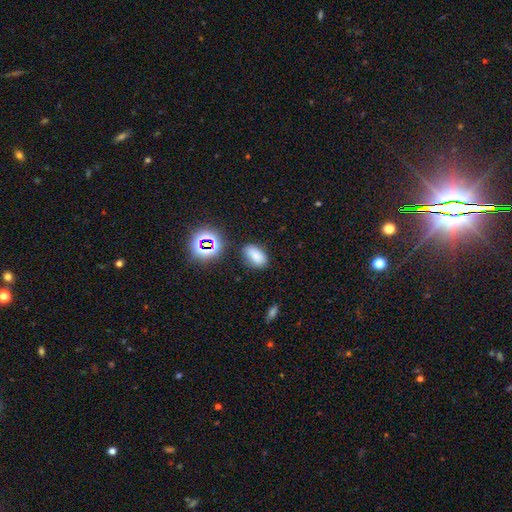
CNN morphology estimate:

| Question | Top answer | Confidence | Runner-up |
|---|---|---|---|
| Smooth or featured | smooth | 75% | star or artifact (17%) |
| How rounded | in between | 89% | round (9%) |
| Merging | none | 75% | minor disturbance (16%) |